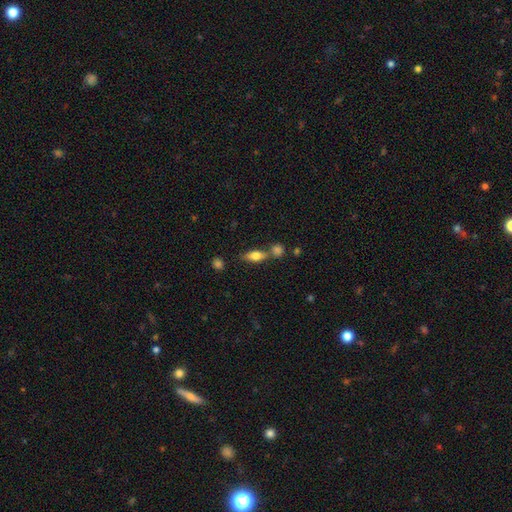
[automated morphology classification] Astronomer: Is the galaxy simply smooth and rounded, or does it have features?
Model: smooth — 64%.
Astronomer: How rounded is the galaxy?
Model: in between — 67%.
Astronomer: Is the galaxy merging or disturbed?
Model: none — 61%.